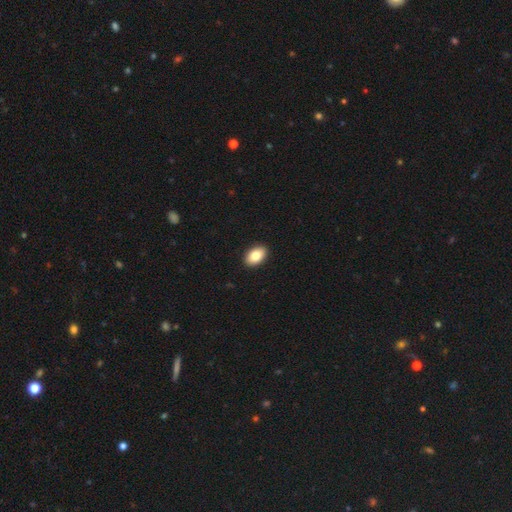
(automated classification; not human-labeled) This is clearly a smooth galaxy (84%). How rounded: clearly in between (90%). Merging: clearly none (92%).